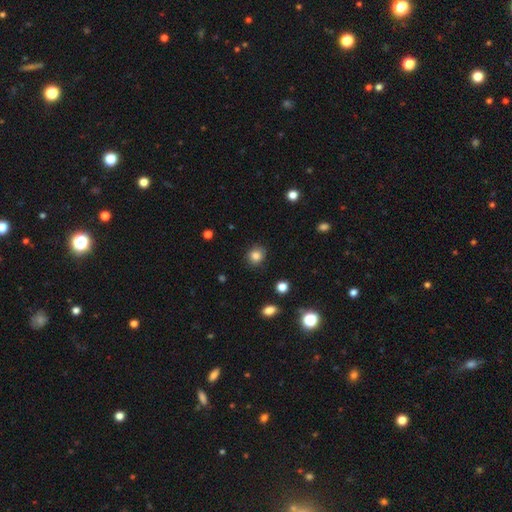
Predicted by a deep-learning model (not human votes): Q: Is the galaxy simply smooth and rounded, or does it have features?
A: smooth — 84%.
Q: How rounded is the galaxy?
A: round — 78%.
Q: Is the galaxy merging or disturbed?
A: none — 87%.